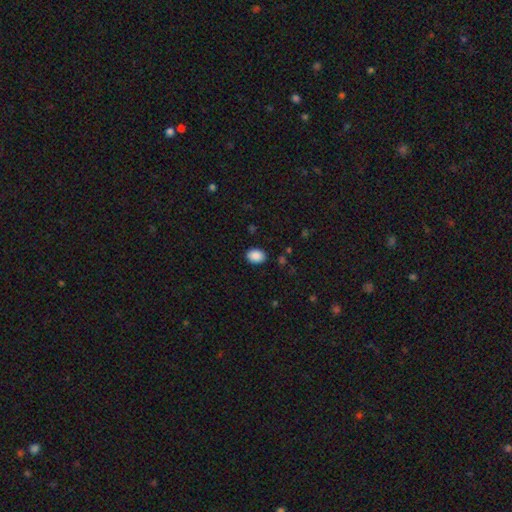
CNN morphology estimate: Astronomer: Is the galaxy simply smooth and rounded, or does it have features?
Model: smooth — 89%.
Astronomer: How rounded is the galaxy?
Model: in between — 73%.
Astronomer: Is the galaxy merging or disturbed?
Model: none — 88%.